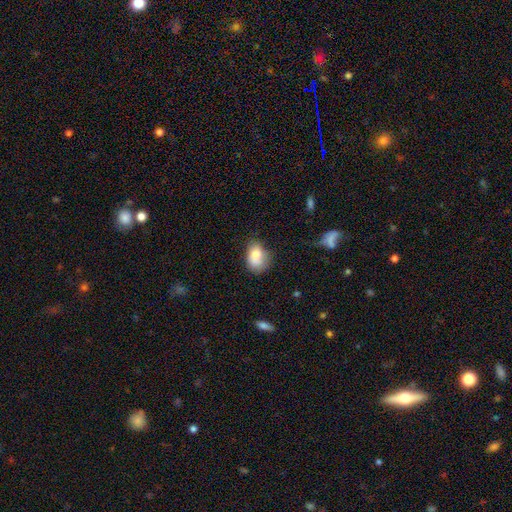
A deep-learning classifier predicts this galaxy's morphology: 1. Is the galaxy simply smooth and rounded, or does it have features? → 77% smooth, 14% featured or disk, 9% star or artifact.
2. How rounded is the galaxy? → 76% in between, 23% round, 1% cigar-shaped.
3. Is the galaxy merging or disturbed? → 50% none, 32% minor disturbance, 11% major disturbance, 7% merger.